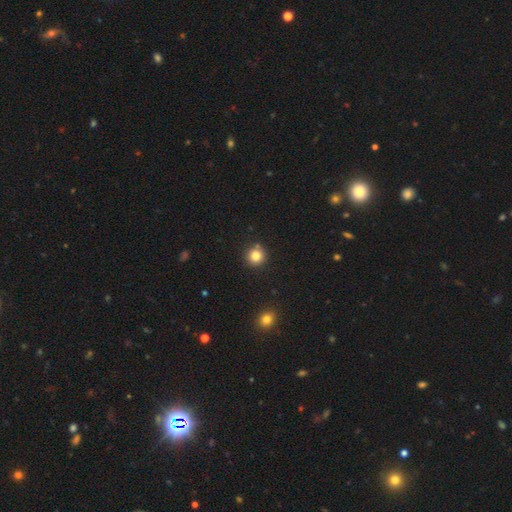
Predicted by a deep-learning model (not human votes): smooth 82%, star or artifact 12%, featured or disk 6%. Down the decision tree: how rounded — round (94%); merging — none (87%).